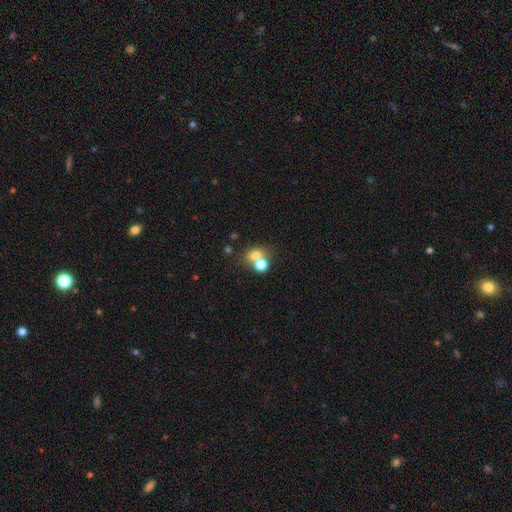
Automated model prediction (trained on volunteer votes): Overall: smooth (72%). How rounded: round (57%; in between 41%). Merging: merger (50%; none 38%).